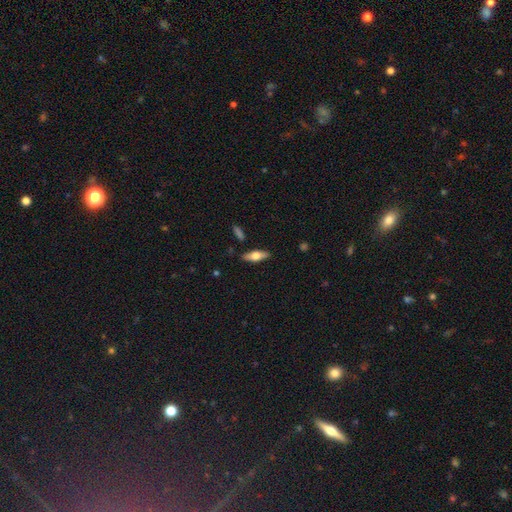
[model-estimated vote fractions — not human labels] Morphology: type=smooth (53%); roundness=in between (63%); merging=none (87%).